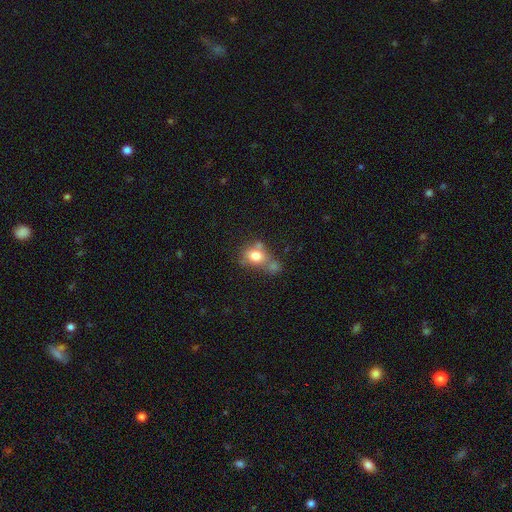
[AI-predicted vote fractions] Smooth or featured? Predicted: smooth (p=0.76). How rounded? Predicted: in between (p=0.50). Merging? Predicted: merger (p=0.41).